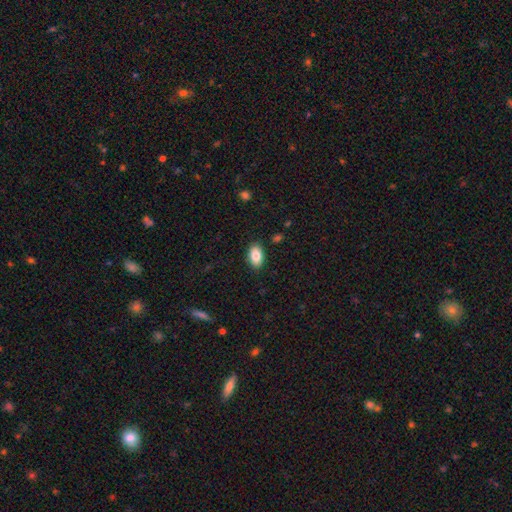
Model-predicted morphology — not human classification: This appears to be a smooth galaxy with no disk features (85%) that is in between round and cigar-shaped (92%). Merging: none (88%).